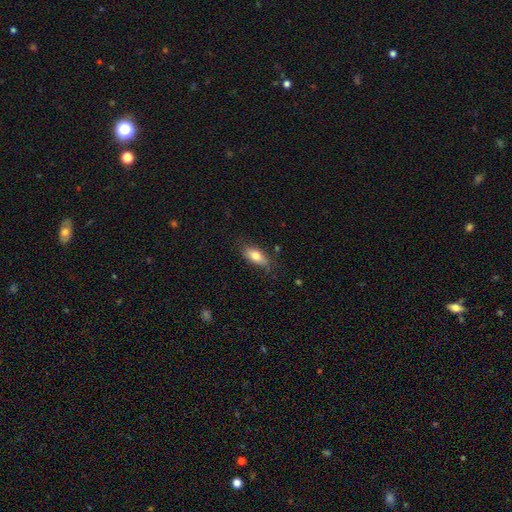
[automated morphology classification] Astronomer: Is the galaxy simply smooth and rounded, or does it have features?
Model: smooth — 77%.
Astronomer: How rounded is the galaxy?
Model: in between — 82%.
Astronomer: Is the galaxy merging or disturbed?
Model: none — 78%.